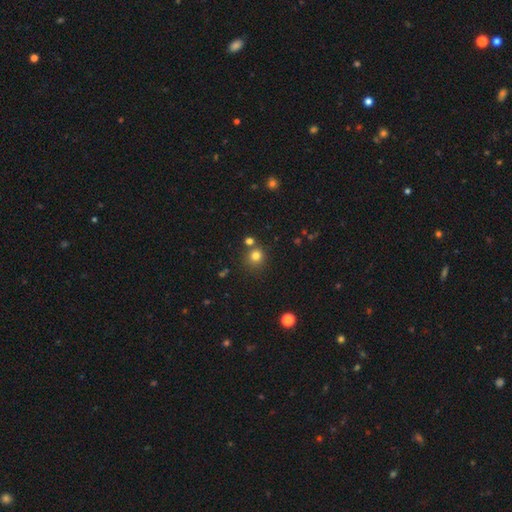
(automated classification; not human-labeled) This appears to be a smooth galaxy with no disk features (78%) that is round (90%). Merging: none (74%).